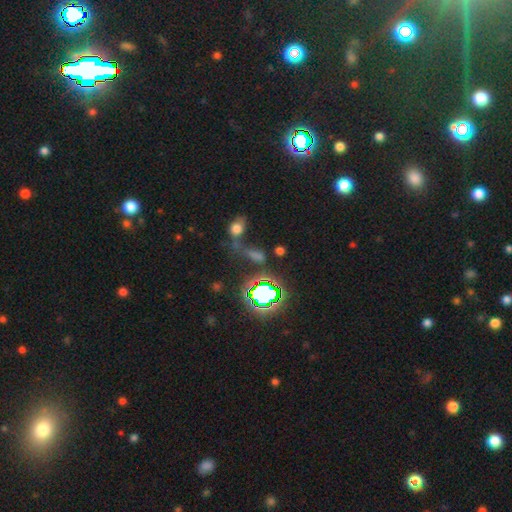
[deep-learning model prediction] Smooth or featured? Predicted: star or artifact (p=0.49).